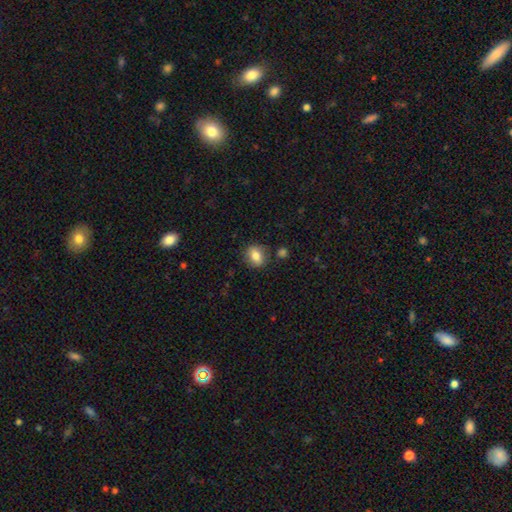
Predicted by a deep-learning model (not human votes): Smooth or featured?
  - smooth: 79% *
  - featured or disk: 12%
  - star or artifact: 9%
How rounded?
  - in between: 52% *
  - round: 46%
  - cigar-shaped: 2%
Merging?
  - none: 80% *
  - minor disturbance: 13%
  - merger: 4%
  - major disturbance: 3%